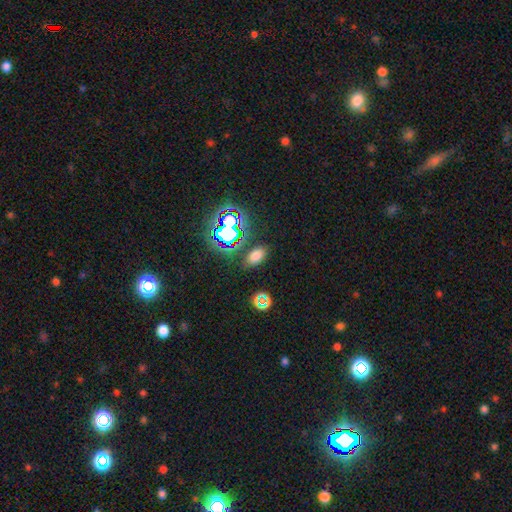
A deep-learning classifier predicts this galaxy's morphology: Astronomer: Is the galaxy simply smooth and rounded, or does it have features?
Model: smooth — 64%.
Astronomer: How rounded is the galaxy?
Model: in between — 89%.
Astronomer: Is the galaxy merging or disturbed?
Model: none — 84%.